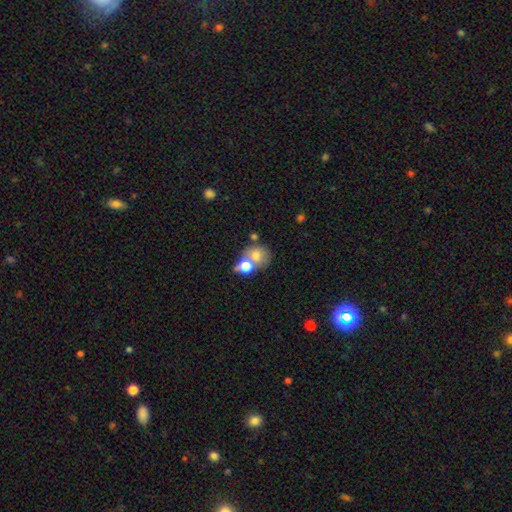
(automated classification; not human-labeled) A smooth galaxy with no disk features (70%) that is round (64%). Merging: merger (56%).